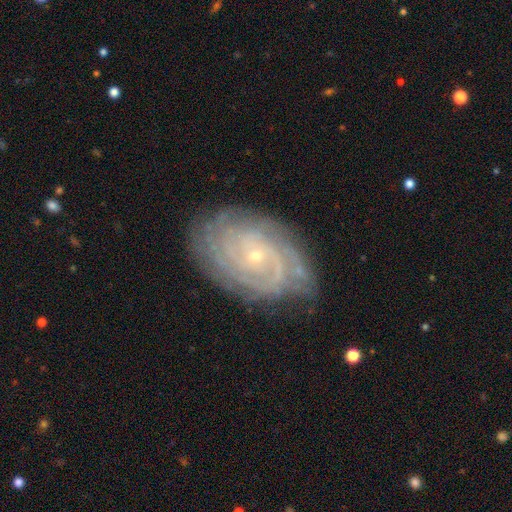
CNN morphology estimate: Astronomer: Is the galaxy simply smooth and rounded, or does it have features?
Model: featured or disk — 88%.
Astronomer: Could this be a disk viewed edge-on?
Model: no — 97%.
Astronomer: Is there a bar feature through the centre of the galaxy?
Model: no — 75%.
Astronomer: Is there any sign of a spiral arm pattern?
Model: yes — 97%.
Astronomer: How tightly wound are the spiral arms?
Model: tight — 82%.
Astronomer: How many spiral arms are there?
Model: can't tell — 28% (runner-up: 4, 21%).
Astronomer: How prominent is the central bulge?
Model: small — 85%.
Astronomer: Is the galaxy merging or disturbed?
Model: none — 78%.